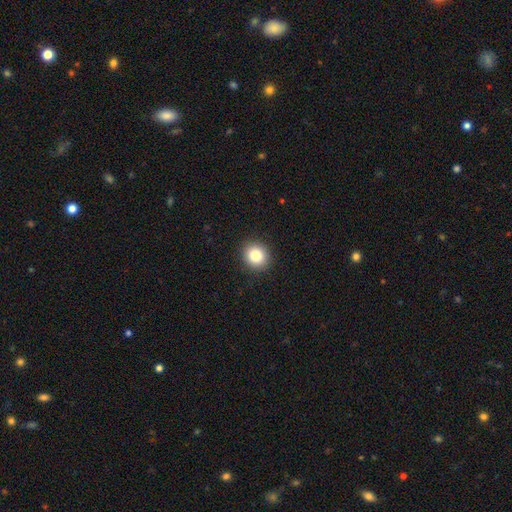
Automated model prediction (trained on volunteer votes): Smooth or featured?
  - smooth: 84% *
  - star or artifact: 10%
  - featured or disk: 7%
How rounded?
  - round: 82% *
  - in between: 17%
  - cigar-shaped: 1%
Merging?
  - none: 92% *
  - minor disturbance: 6%
  - major disturbance: 2%
  - merger: 1%